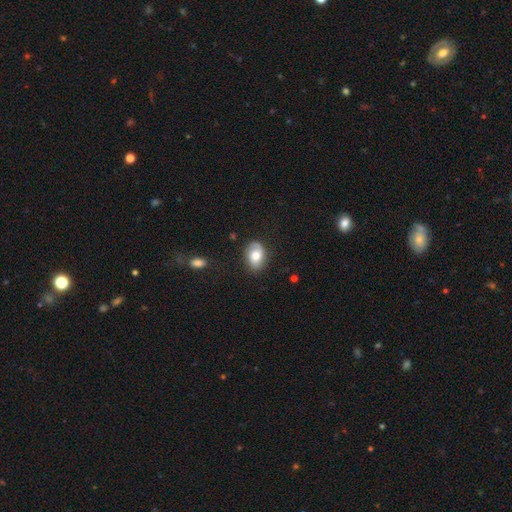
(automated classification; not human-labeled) Smooth or featured: smooth — 62% (featured or disk — 30%)
How rounded: in between — 78% (round — 21%)
Merging: none — 71% (minor disturbance — 21%)